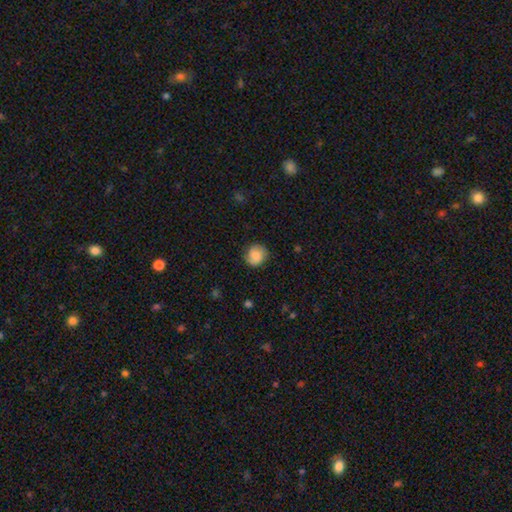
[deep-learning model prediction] smooth-or-featured: smooth: 77% | featured or disk: 14% | star or artifact: 8%
  how-rounded: round: 83% | in between: 16% | cigar-shaped: 1%
  merging: none: 79% | minor disturbance: 16% | major disturbance: 4% | merger: 1%